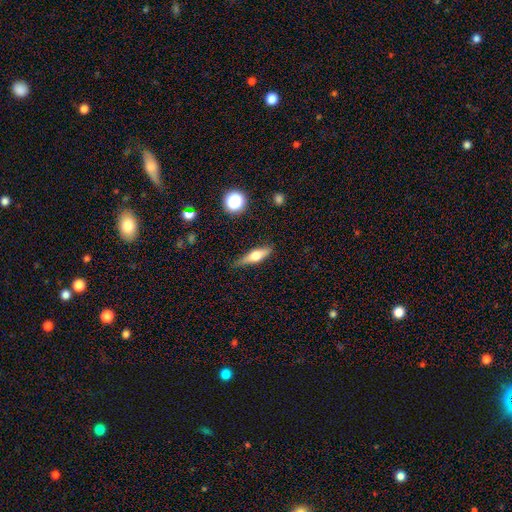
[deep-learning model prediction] Q: Smooth or featured?
A: smooth (48%); runner-up: featured or disk (44%)
Q: Merging?
A: none (79%); runner-up: minor disturbance (16%)